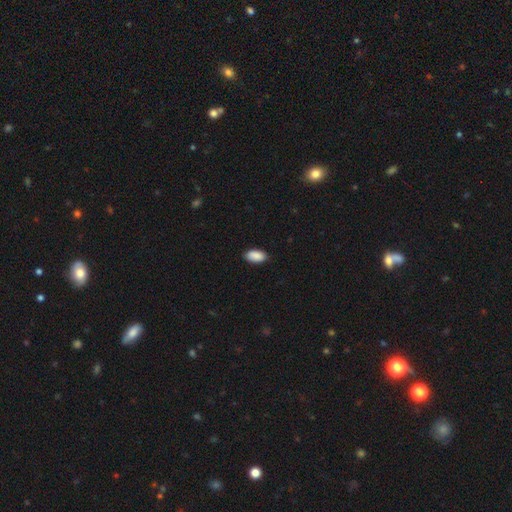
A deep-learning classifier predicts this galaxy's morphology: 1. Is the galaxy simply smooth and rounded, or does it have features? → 90% smooth, 6% star or artifact, 4% featured or disk.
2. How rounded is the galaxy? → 95% in between, 3% cigar-shaped, 2% round.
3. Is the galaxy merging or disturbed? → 86% none, 12% minor disturbance, 2% major disturbance, 1% merger.